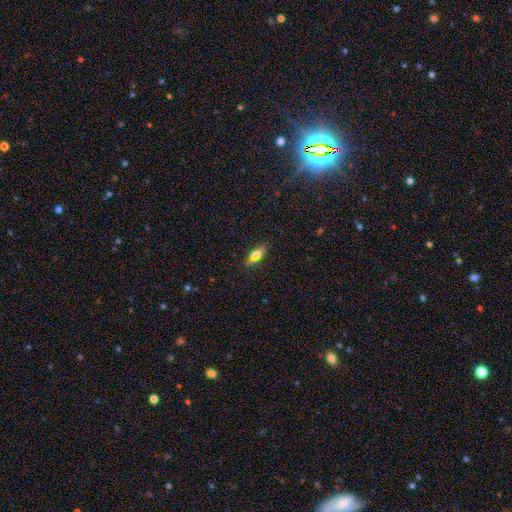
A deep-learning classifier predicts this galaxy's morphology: smooth 67%, star or artifact 17%, featured or disk 16%. Down the decision tree: how rounded — in between (80%); merging — none (84%).